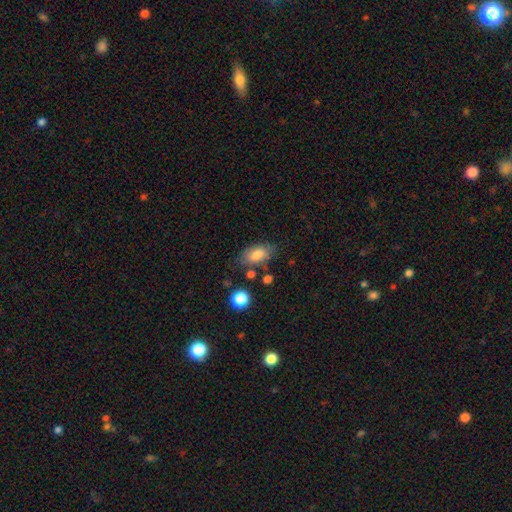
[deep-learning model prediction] smooth_or_featured: smooth (p=0.77) [alt: featured or disk p=0.14]
how_rounded: in between (p=0.88) [alt: round p=0.07]
merging: none (p=0.74) [alt: minor disturbance p=0.16]